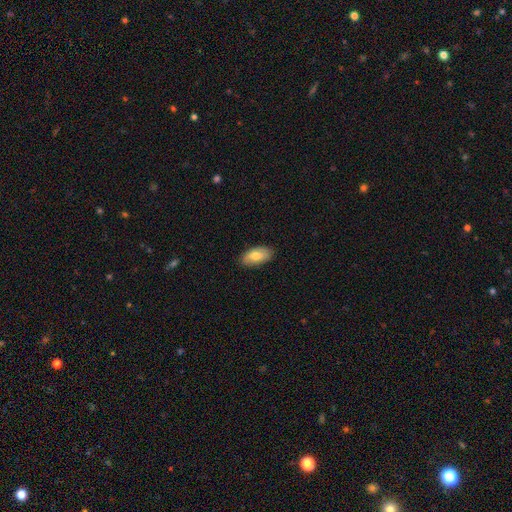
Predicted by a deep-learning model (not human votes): Morphology: type=smooth (70%); roundness=in between (93%); merging=none (84%).